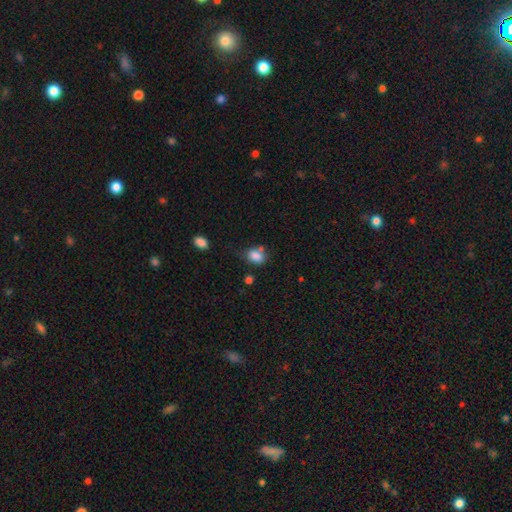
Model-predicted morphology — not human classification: Q: Smooth or featured?
A: smooth (84%); runner-up: star or artifact (10%)
Q: How rounded?
A: in between (67%); runner-up: round (32%)
Q: Merging?
A: none (53%); runner-up: minor disturbance (25%)